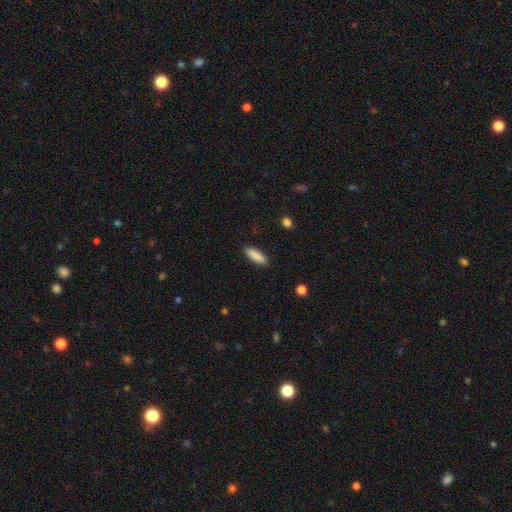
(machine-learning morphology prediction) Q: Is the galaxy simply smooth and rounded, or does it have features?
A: smooth — 89%.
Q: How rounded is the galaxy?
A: in between — 50%.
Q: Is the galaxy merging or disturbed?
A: none — 89%.